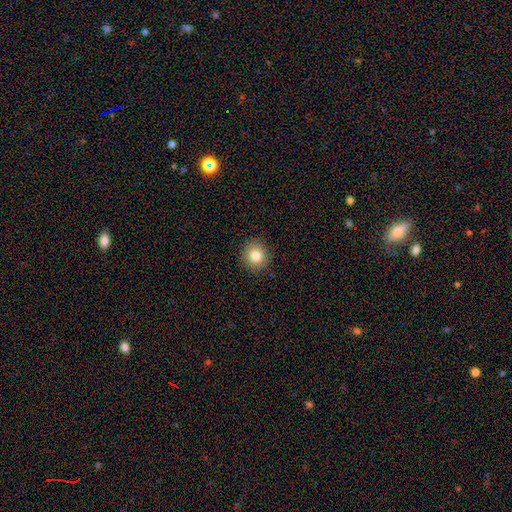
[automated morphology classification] Smooth or featured? Predicted: smooth (p=0.82). How rounded? Predicted: round (p=0.88). Merging? Predicted: none (p=0.91).